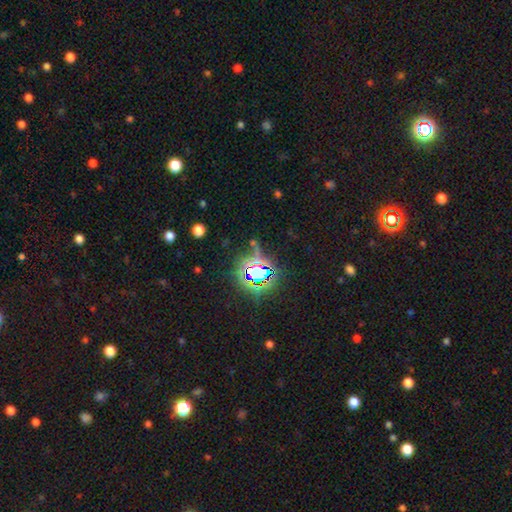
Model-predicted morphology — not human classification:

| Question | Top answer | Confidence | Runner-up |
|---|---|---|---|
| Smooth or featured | star or artifact | 77% | smooth (14%) |